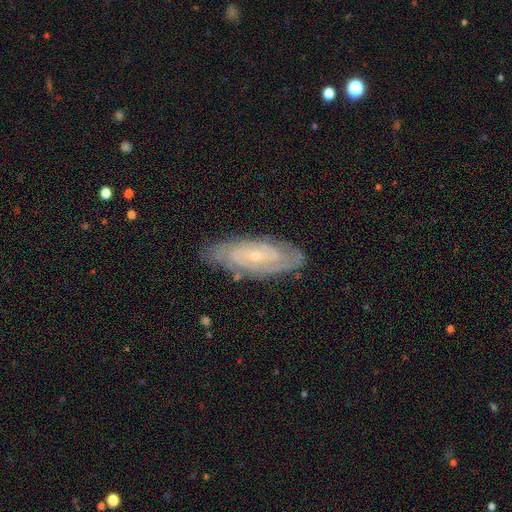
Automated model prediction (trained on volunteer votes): A featured or disk galaxy (80%) with no bar (63%), tight (74%) spiral arms (93%) and a small central bulge (79%).

Vote fractions:
- Smooth or featured? featured or disk: 80% / smooth: 14% / star or artifact: 7%
- Edge-on disk? no: 89% / yes: 11%
- Bar? no: 63% / weak: 29% / strong: 7%
- Spiral arms? yes: 93% / no: 7%
- Spiral winding? tight: 74% / medium: 21% / loose: 5%
- Spiral arm count? can't tell: 42% / 2: 31% / 3: 12% / 4: 7% / more than 4: 4% / 1: 4%
- Bulge size? small: 79% / moderate: 17% / none: 3% / large: 1% / dominant: 1%
- Merging? none: 79% / minor disturbance: 16% / major disturbance: 3% / merger: 1%